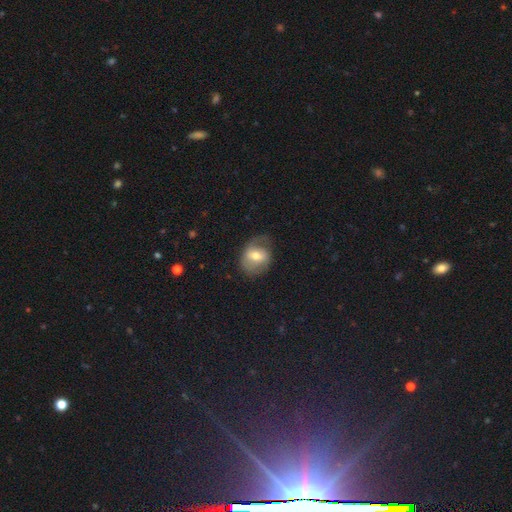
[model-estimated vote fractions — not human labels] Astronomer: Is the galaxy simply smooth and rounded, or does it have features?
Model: smooth — 50% (runner-up: featured or disk, 43%).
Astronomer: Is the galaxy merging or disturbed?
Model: none — 56%.